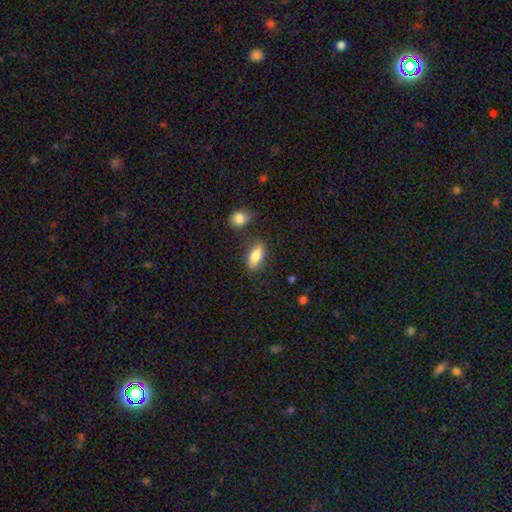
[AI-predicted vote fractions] The model was most divided on "merging": none: 74%, minor disturbance: 15%, merger: 7%, major disturbance: 4%. More confident: how rounded — in between (83%); smooth or featured — smooth (78%).